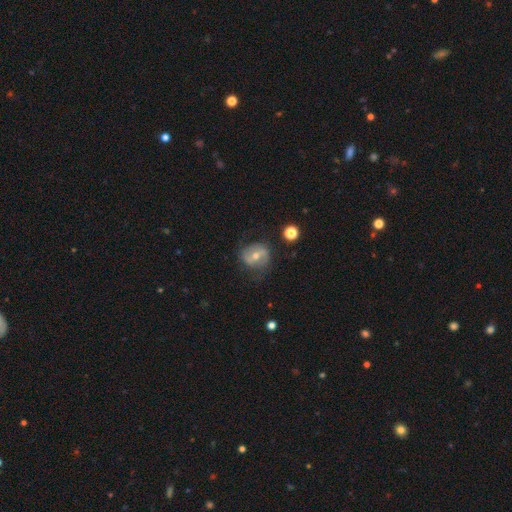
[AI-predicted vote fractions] A featured or disk galaxy (63%) with a weak bar (41%), spiral arms (77%) and a moderate central bulge (59%). Merging: none (68%).